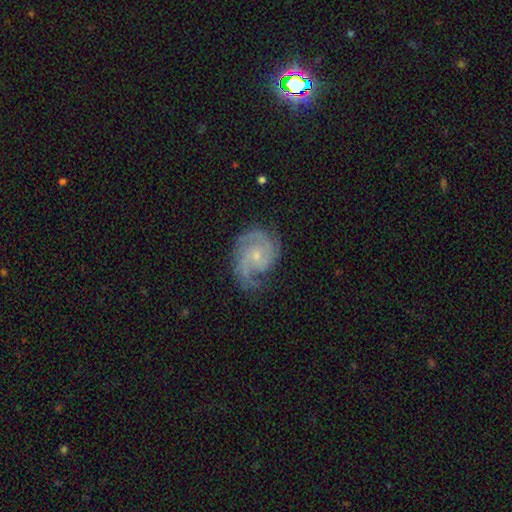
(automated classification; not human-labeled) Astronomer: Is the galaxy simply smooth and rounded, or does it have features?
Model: featured or disk — 89%.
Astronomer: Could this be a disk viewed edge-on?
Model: no — 98%.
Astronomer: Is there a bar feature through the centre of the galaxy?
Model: no — 68%.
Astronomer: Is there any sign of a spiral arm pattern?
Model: yes — 98%.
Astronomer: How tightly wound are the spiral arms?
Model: tight — 45%, tied with medium at 45%.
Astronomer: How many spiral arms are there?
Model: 2 — 39% (runner-up: 3, 35%).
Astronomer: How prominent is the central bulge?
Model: small — 73%.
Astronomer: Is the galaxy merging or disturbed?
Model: none — 67%.